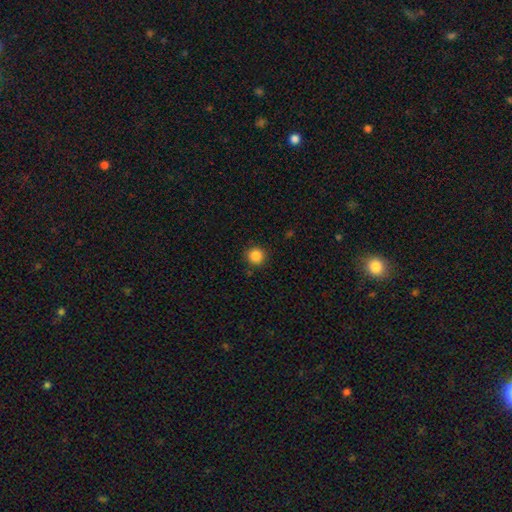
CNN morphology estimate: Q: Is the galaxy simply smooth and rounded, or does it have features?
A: smooth — 86%.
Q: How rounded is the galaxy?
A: round — 94%.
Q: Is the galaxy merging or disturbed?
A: none — 89%.